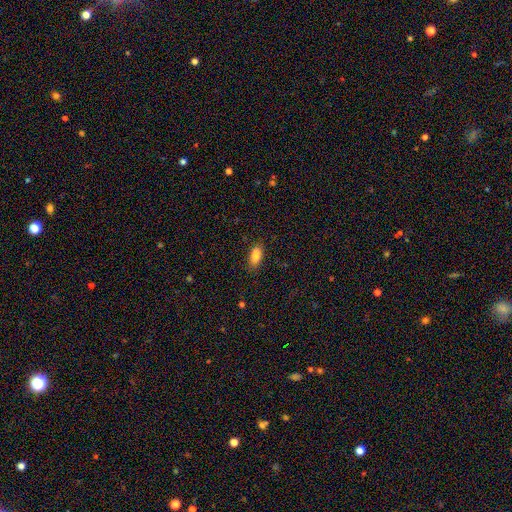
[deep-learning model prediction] Q: Smooth or featured?
A: smooth (83%); runner-up: featured or disk (9%)
Q: How rounded?
A: in between (89%); runner-up: cigar-shaped (7%)
Q: Merging?
A: none (84%); runner-up: minor disturbance (12%)